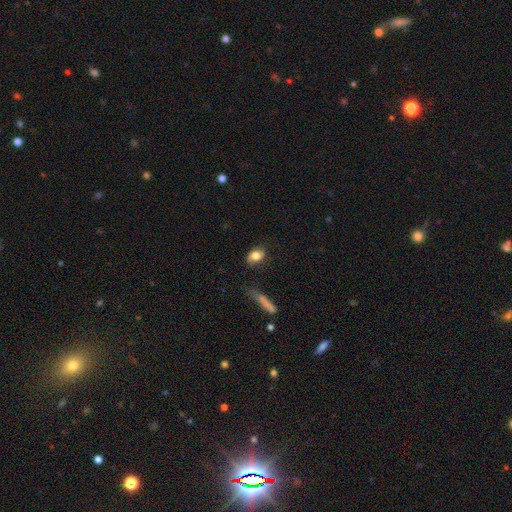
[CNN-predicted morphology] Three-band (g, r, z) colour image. It shows a smooth galaxy with no disk features (76%) that is in between round and cigar-shaped (74%). Merging: none (70%).